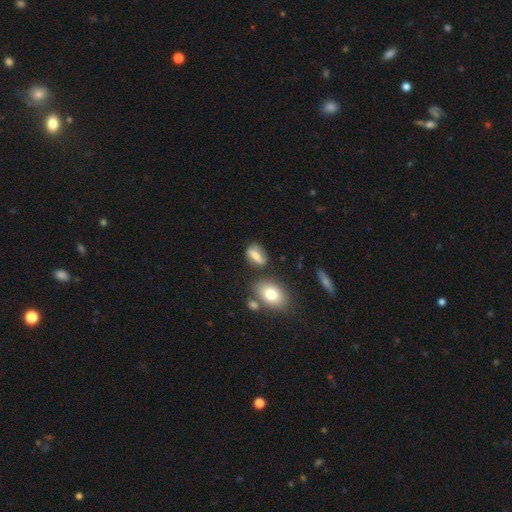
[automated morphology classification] A smooth galaxy with no disk features (64%) that is in between round and cigar-shaped (79%). Merging: none (68%).